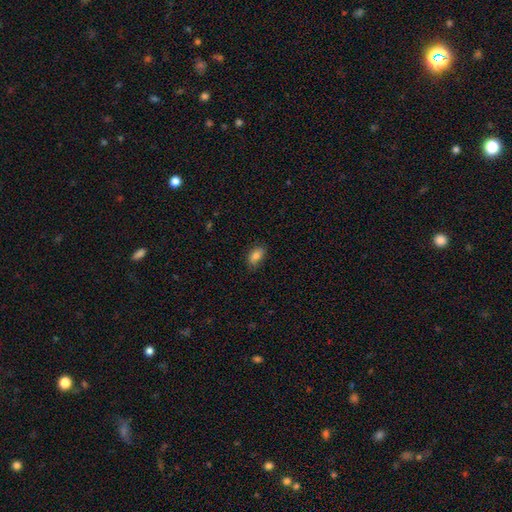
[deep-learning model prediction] Smooth or featured: smooth — 83% (star or artifact — 9%)
How rounded: in between — 90% (round — 7%)
Merging: none — 77% (minor disturbance — 18%)